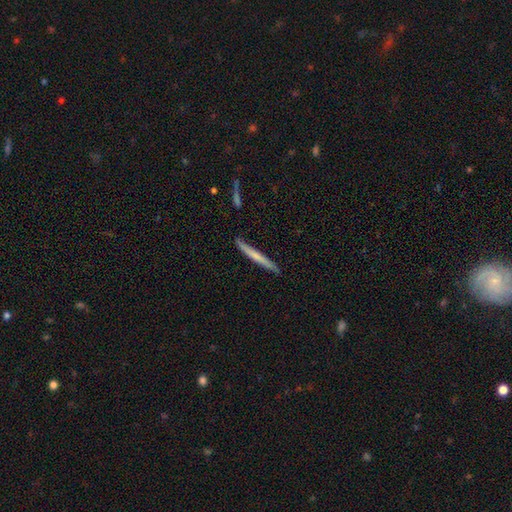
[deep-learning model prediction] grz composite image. It shows a smooth galaxy with no disk features (56%) that is cigar-shaped (97%). Merging: none (86%).